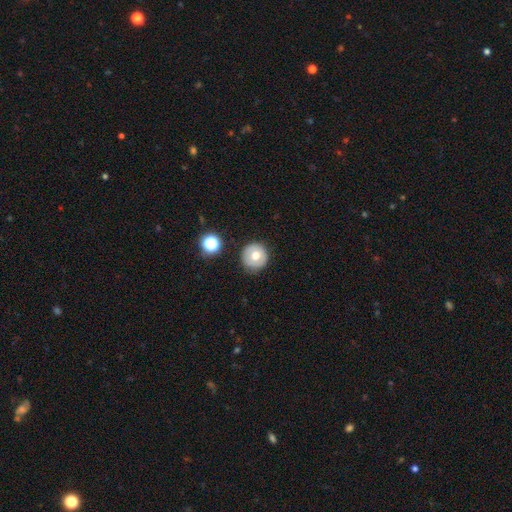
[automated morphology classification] type=smooth (66%); roundness=round (96%); merging=none (88%).